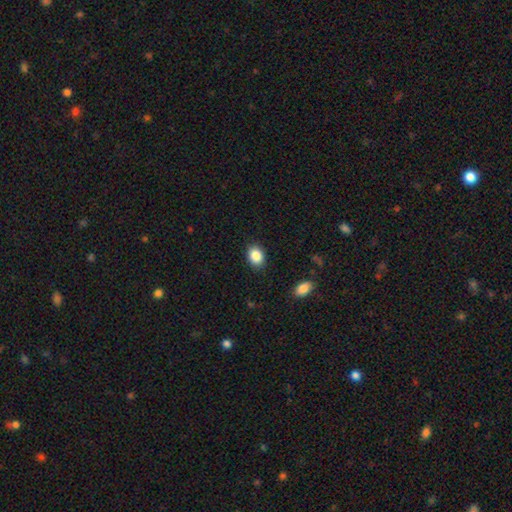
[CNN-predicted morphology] Smooth or featured?
  - smooth: 87% *
  - star or artifact: 8%
  - featured or disk: 5%
How rounded?
  - in between: 69% *
  - round: 30%
  - cigar-shaped: 1%
Merging?
  - none: 88% *
  - minor disturbance: 9%
  - major disturbance: 2%
  - merger: 1%